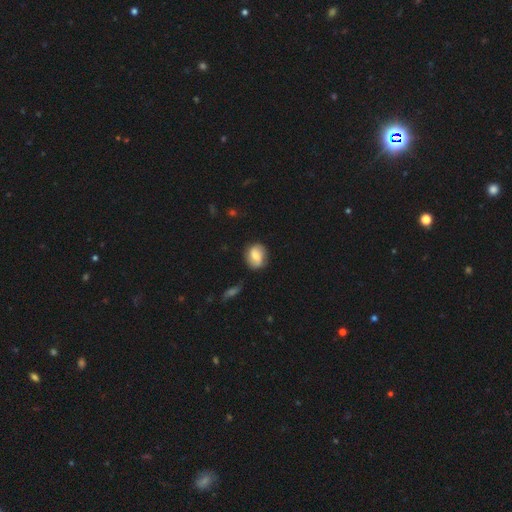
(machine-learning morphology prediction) Smooth or featured?
  - featured or disk: 47% *
  - smooth: 46%
  - star or artifact: 7%
Merging?
  - none: 77% *
  - minor disturbance: 16%
  - major disturbance: 4%
  - merger: 3%